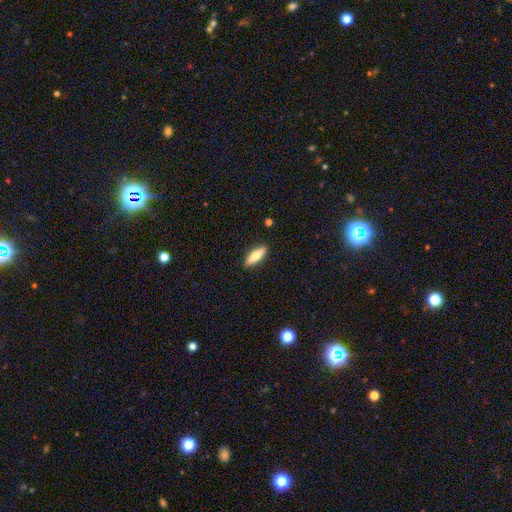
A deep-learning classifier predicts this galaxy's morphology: Smooth or featured: smooth — 70% (featured or disk — 24%)
How rounded: in between — 51% (cigar-shaped — 47%)
Merging: none — 89% (minor disturbance — 8%)